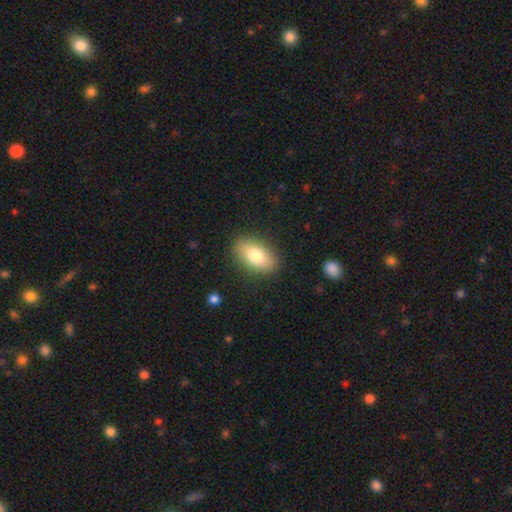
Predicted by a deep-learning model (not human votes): A smooth galaxy with no disk features (78%) that is in between round and cigar-shaped (91%).

Vote fractions:
- Smooth or featured? smooth: 78% / featured or disk: 14% / star or artifact: 7%
- How rounded? in between: 91% / round: 6% / cigar-shaped: 3%
- Merging? none: 87% / minor disturbance: 9% / major disturbance: 3% / merger: 1%